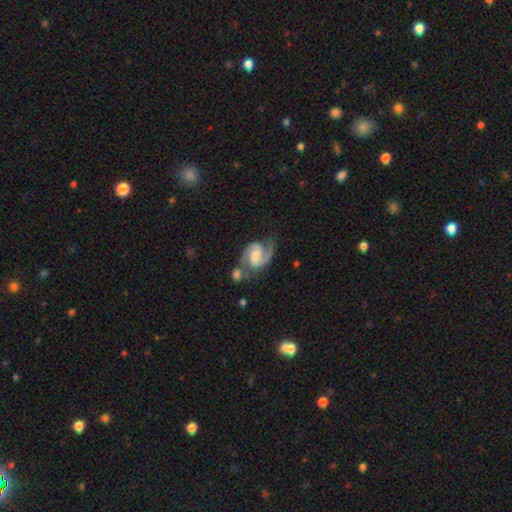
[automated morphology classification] type=featured or disk (89%); edge-on=no (98%); bar=weak (44%); spiral arms=yes (98%); winding=medium (58%); arm count=2 (91%); bulge=moderate (43%); merging=none (51%).